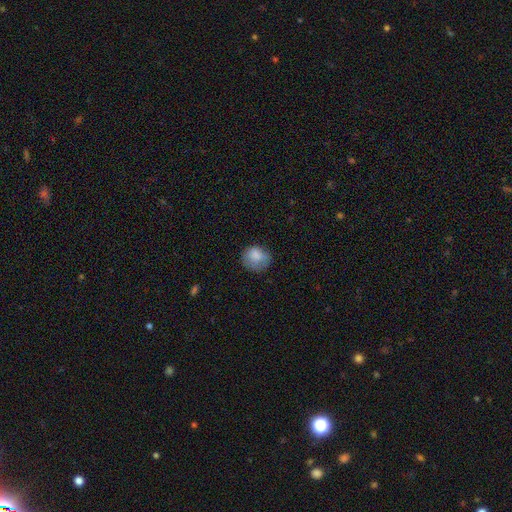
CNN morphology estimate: A smooth galaxy with no disk features (80%) that is round (71%).

Vote fractions:
- Smooth or featured? smooth: 80% / featured or disk: 12% / star or artifact: 8%
- How rounded? round: 71% / in between: 28% / cigar-shaped: 1%
- Merging? none: 62% / minor disturbance: 26% / major disturbance: 11% / merger: 2%